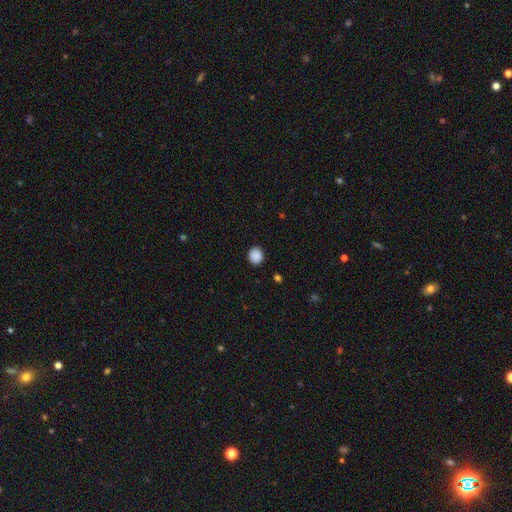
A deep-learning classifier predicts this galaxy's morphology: The model was most divided on "how rounded": round: 80%, in between: 19%, cigar-shaped: 1%. More confident: merging — none (91%); smooth or featured — smooth (89%).